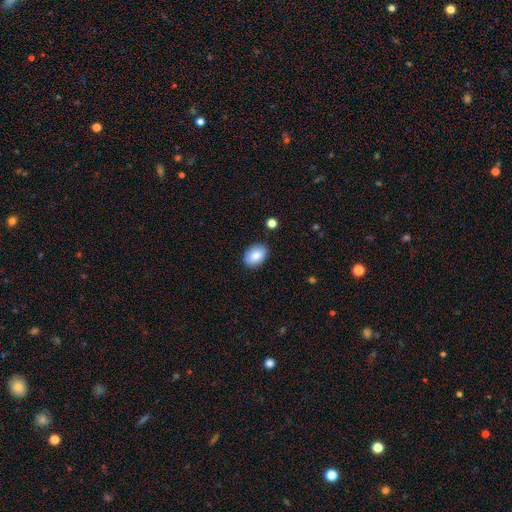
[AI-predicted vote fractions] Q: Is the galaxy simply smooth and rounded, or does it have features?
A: smooth — 86%.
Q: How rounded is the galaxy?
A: in between — 86%.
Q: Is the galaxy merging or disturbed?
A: none — 85%.